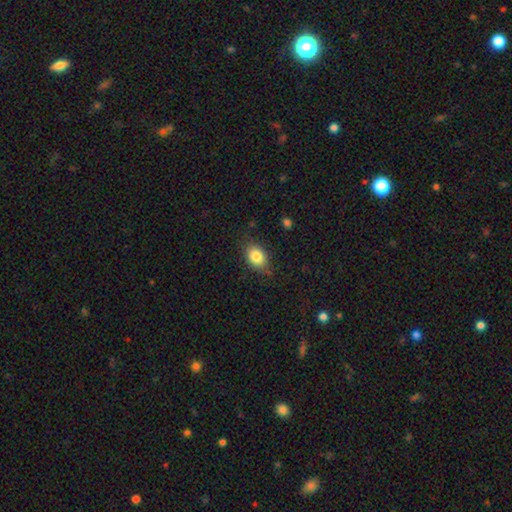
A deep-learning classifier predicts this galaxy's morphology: Smooth or featured?
  - smooth: 83% *
  - star or artifact: 9%
  - featured or disk: 9%
How rounded?
  - in between: 72% *
  - round: 27%
  - cigar-shaped: 1%
Merging?
  - none: 76% *
  - minor disturbance: 19%
  - major disturbance: 4%
  - merger: 1%